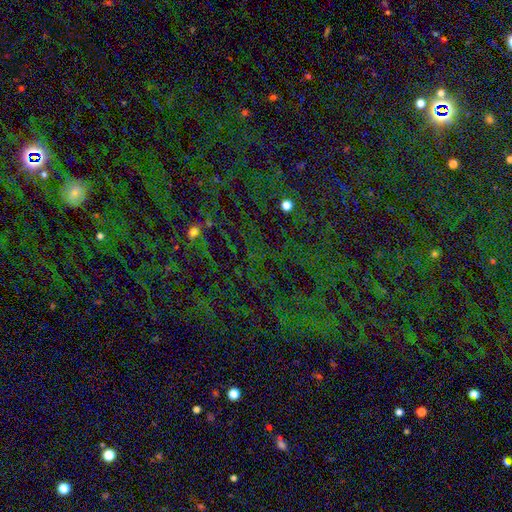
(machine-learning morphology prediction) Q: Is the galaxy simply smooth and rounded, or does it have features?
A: star or artifact — 78%.